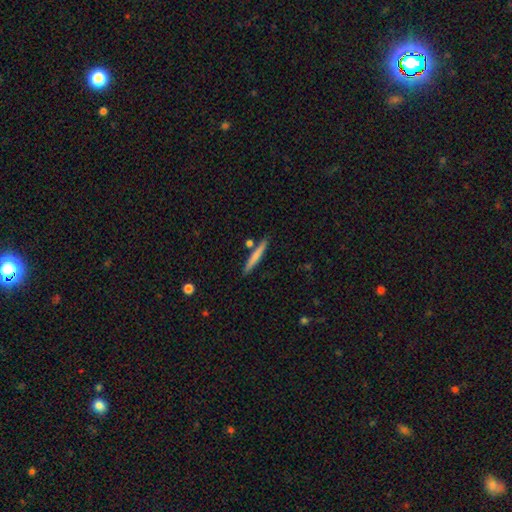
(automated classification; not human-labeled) Smooth or featured? Predicted: smooth (p=0.70). How rounded? Predicted: cigar-shaped (p=0.95). Merging? Predicted: none (p=0.84).